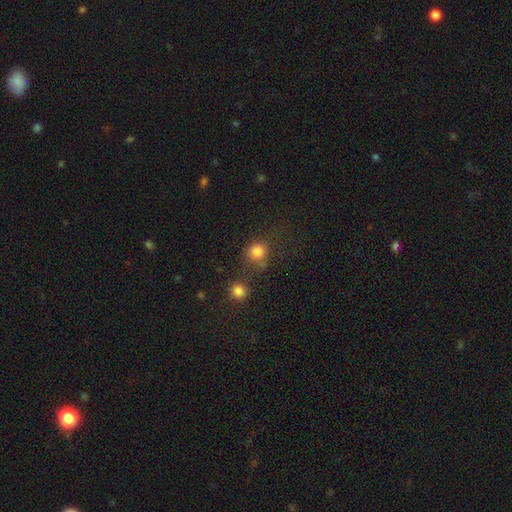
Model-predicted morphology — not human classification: smooth-or-featured: smooth: 76% | star or artifact: 17% | featured or disk: 7%
  how-rounded: round: 85% | in between: 14% | cigar-shaped: 1%
  merging: none: 63% | merger: 16% | minor disturbance: 13% | major disturbance: 7%